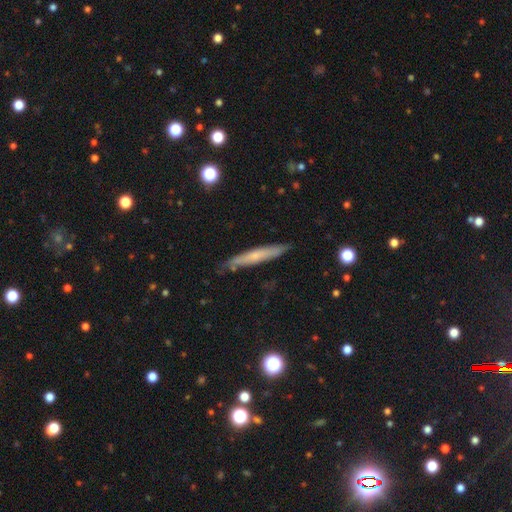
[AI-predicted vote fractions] smooth-or-featured: smooth: 52% | featured or disk: 42% | star or artifact: 7%
  how-rounded: cigar-shaped: 94% | in between: 5% | round: 2%
  merging: none: 83% | minor disturbance: 13% | major disturbance: 2% | merger: 2%